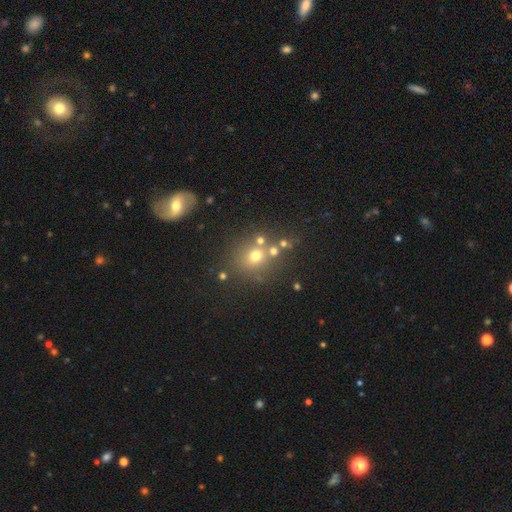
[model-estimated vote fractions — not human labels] smooth-or-featured: smooth: 64% | star or artifact: 22% | featured or disk: 14%
  how-rounded: round: 80% | in between: 19% | cigar-shaped: 1%
  merging: none: 65% | merger: 18% | minor disturbance: 11% | major disturbance: 6%